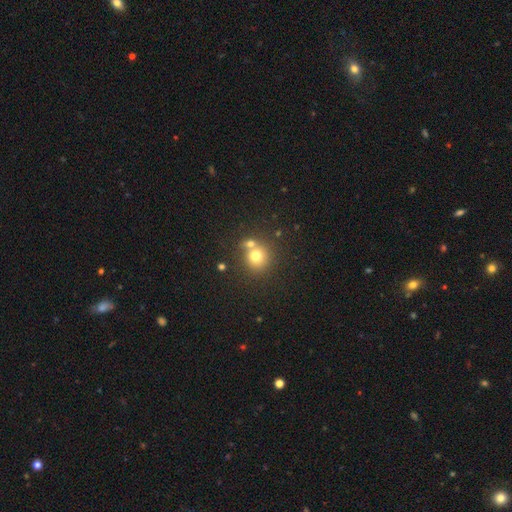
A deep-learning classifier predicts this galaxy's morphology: A smooth galaxy with no disk features (74%) that is round (88%). Merging: none (56%).